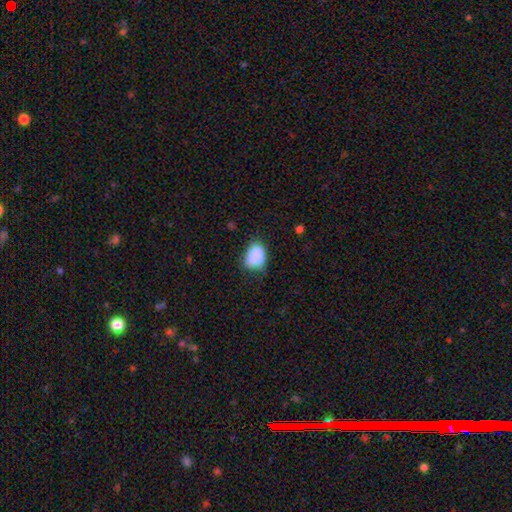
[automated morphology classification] A smooth galaxy with no disk features (85%) that is in between round and cigar-shaped (75%).

Vote fractions:
- Smooth or featured? smooth: 85% / star or artifact: 9% / featured or disk: 6%
- How rounded? in between: 75% / round: 24% / cigar-shaped: 1%
- Merging? none: 54% / minor disturbance: 33% / major disturbance: 10% / merger: 3%